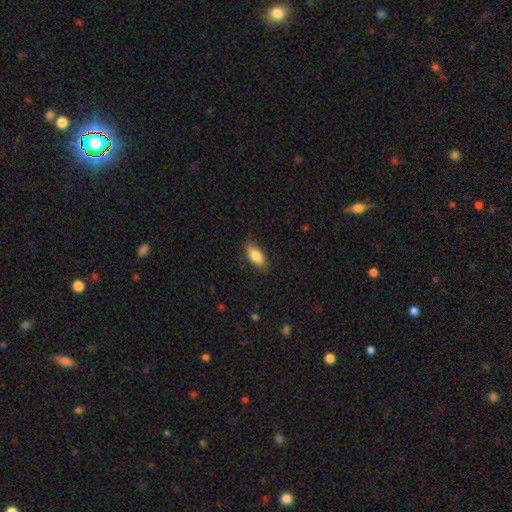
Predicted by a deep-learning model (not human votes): smooth_or_featured: smooth (p=0.82) [alt: featured or disk p=0.12]
how_rounded: in between (p=0.83) [alt: cigar-shaped p=0.14]
merging: none (p=0.84) [alt: minor disturbance p=0.12]